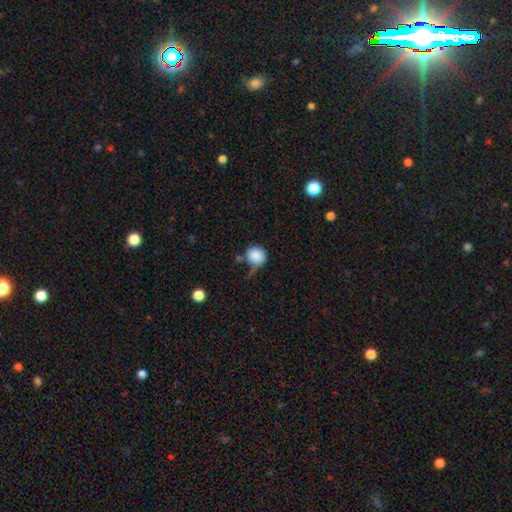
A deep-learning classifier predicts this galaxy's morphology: The model was most divided on "merging": none: 45%, minor disturbance: 29%, major disturbance: 17%, merger: 9%. More confident: how rounded — round (88%); smooth or featured — smooth (86%).